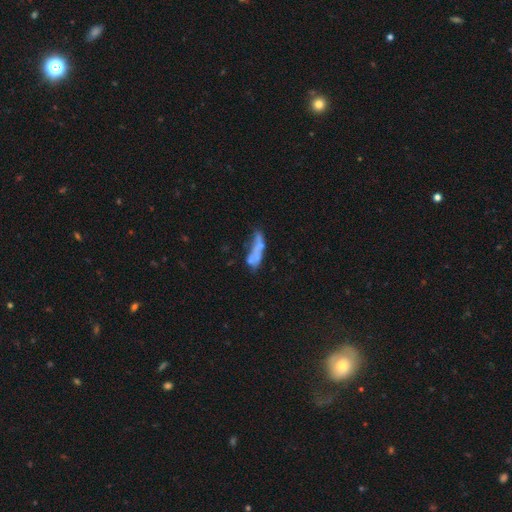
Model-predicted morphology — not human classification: Overall: smooth (44%; featured or disk 43%). Merging: none (29%; merger 28%).